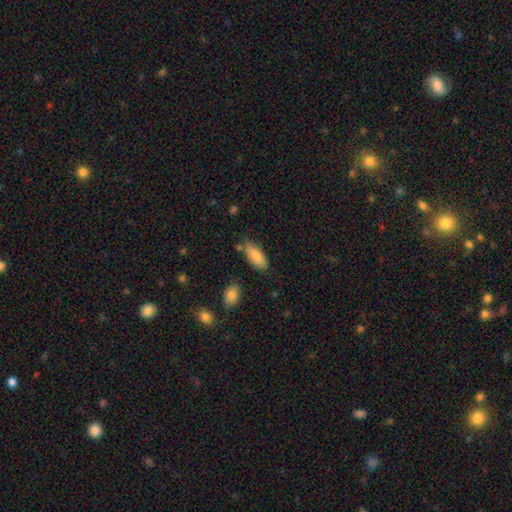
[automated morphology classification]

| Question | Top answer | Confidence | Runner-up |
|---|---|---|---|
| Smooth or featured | smooth | 86% | featured or disk (7%) |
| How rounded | in between | 83% | cigar-shaped (15%) |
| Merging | none | 73% | minor disturbance (18%) |